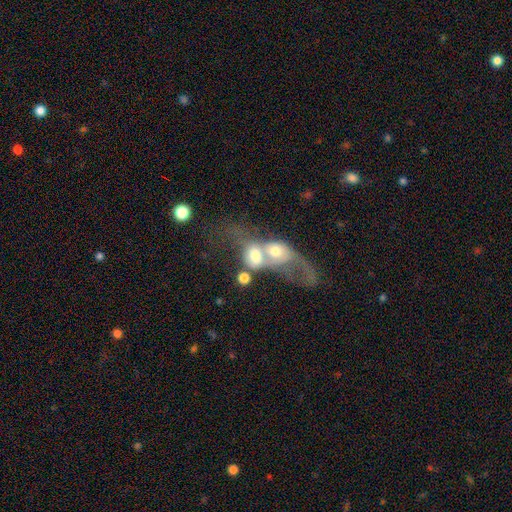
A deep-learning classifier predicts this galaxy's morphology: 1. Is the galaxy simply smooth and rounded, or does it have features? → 51% smooth, 39% featured or disk, 10% star or artifact.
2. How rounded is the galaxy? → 57% in between, 39% round, 4% cigar-shaped.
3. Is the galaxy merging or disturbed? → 79% merger, 12% major disturbance, 5% none, 3% minor disturbance.